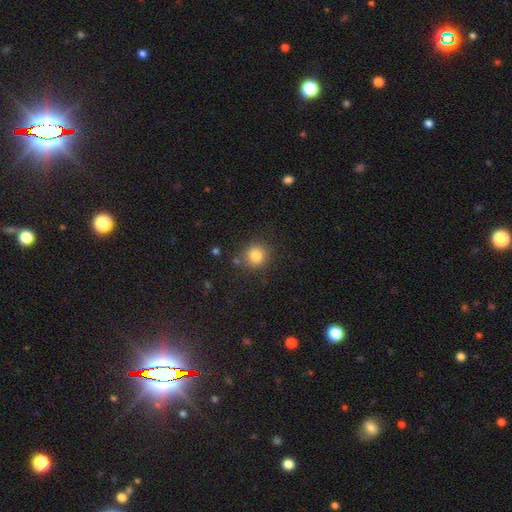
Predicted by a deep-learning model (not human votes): Smooth or featured: smooth — 82% (star or artifact — 12%)
How rounded: round — 91% (in between — 8%)
Merging: none — 85% (minor disturbance — 9%)